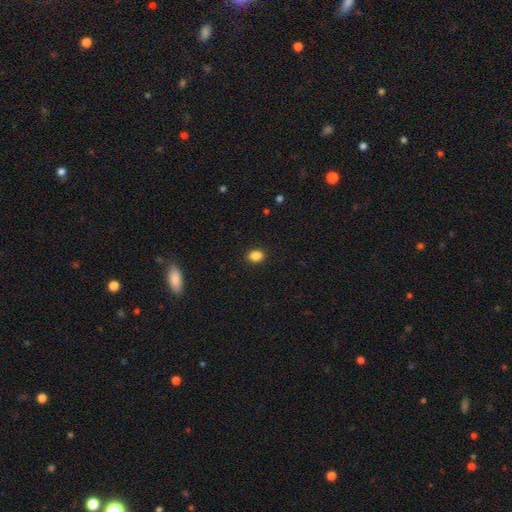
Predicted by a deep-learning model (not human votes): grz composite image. It shows a smooth galaxy with no disk features (86%) that is in between round and cigar-shaped (64%). Merging: none (90%).